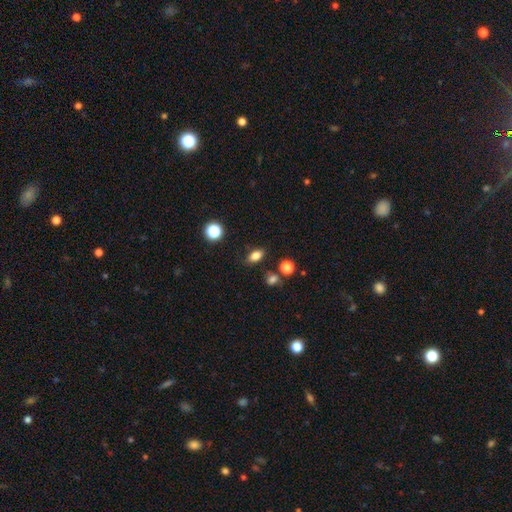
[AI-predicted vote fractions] Q: Smooth or featured?
A: smooth (80%); runner-up: star or artifact (12%)
Q: How rounded?
A: in between (81%); runner-up: round (15%)
Q: Merging?
A: none (82%); runner-up: minor disturbance (12%)